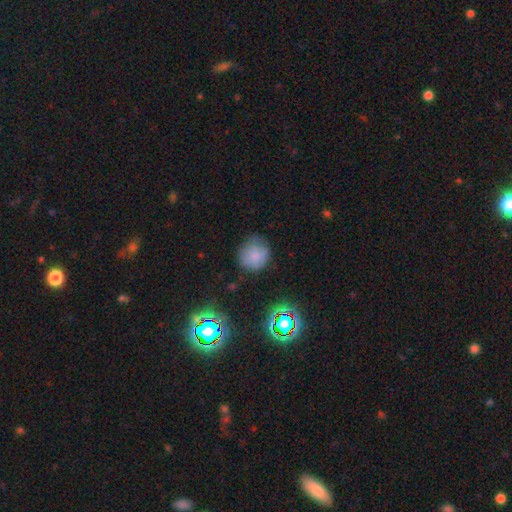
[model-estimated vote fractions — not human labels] A smooth galaxy with no disk features (75%) that is round (88%).

Vote fractions:
- Smooth or featured? smooth: 75% / star or artifact: 13% / featured or disk: 12%
- How rounded? round: 88% / in between: 11% / cigar-shaped: 1%
- Merging? none: 71% / minor disturbance: 21% / major disturbance: 6% / merger: 2%